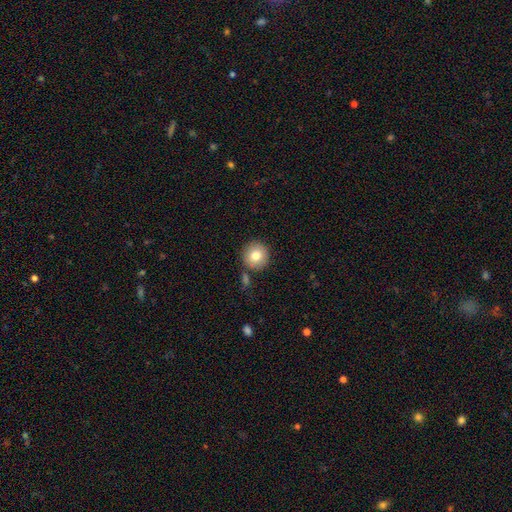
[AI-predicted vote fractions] Overall: smooth (81%). How rounded: round (94%). Merging: none (81%).